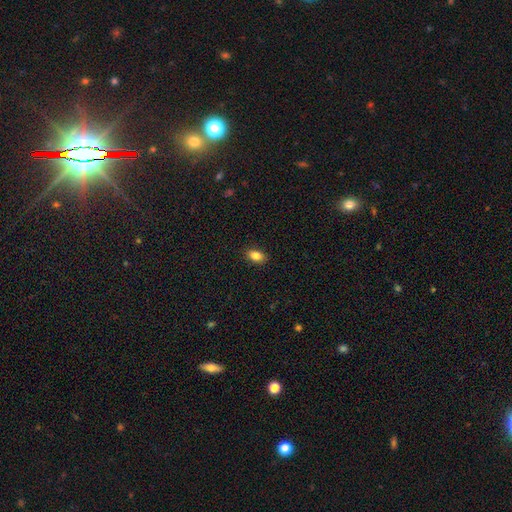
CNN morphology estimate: Smooth or featured? Predicted: smooth (p=0.85). How rounded? Predicted: in between (p=0.86). Merging? Predicted: none (p=0.89).